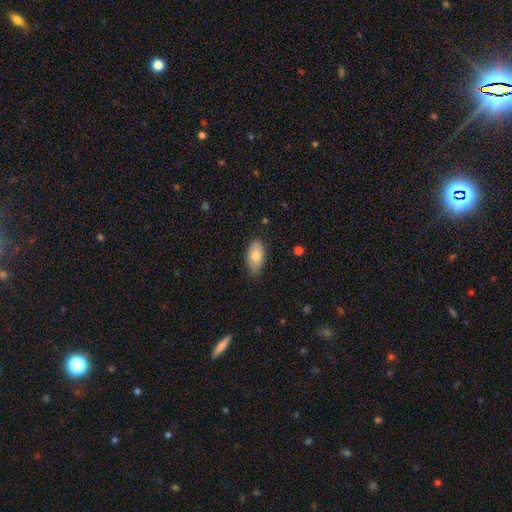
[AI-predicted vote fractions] Smooth or featured? Predicted: smooth (p=0.76). How rounded? Predicted: in between (p=0.93). Merging? Predicted: none (p=0.81).